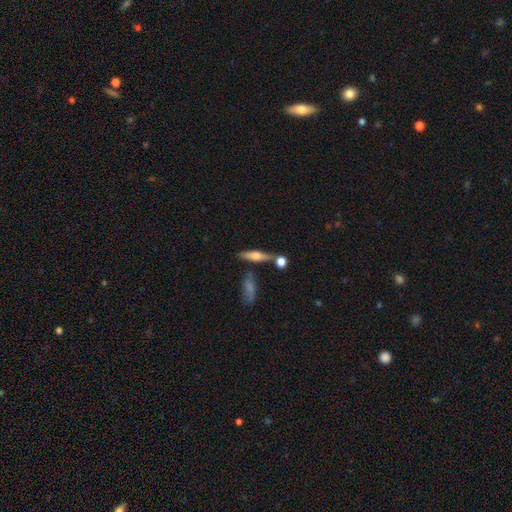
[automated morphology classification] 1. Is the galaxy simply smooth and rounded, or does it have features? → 50% smooth, 42% featured or disk, 8% star or artifact.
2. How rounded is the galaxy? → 64% cigar-shaped, 31% in between, 5% round.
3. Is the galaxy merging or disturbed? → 68% none, 15% merger, 13% minor disturbance, 4% major disturbance.